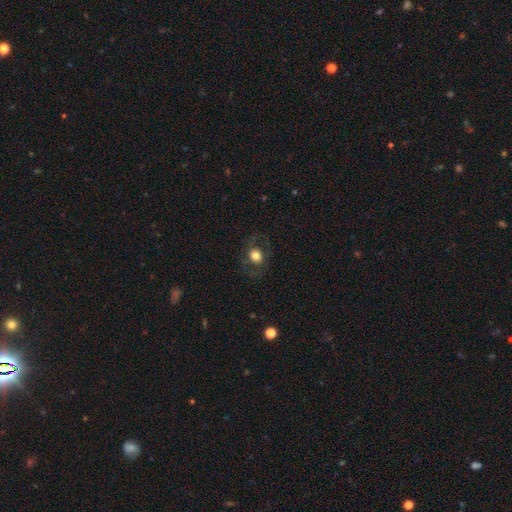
Overall: smooth (74%). How rounded: round (76%). Merging: none (84%).